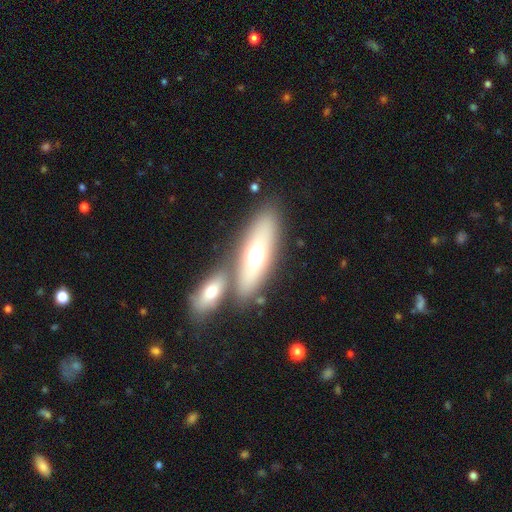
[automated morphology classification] Smooth or featured? smooth (57%)
How rounded? in between (63%)
Merging? none (57%)